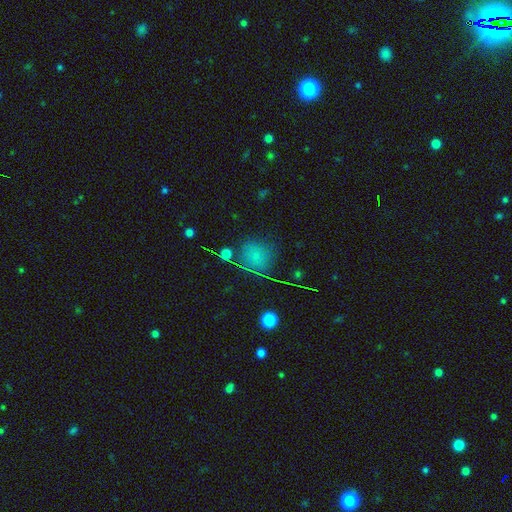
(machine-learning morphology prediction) Smooth or featured?
  - smooth: 66% *
  - star or artifact: 22%
  - featured or disk: 12%
How rounded?
  - round: 86% *
  - in between: 13%
  - cigar-shaped: 1%
Merging?
  - none: 69% *
  - minor disturbance: 18%
  - major disturbance: 8%
  - merger: 5%